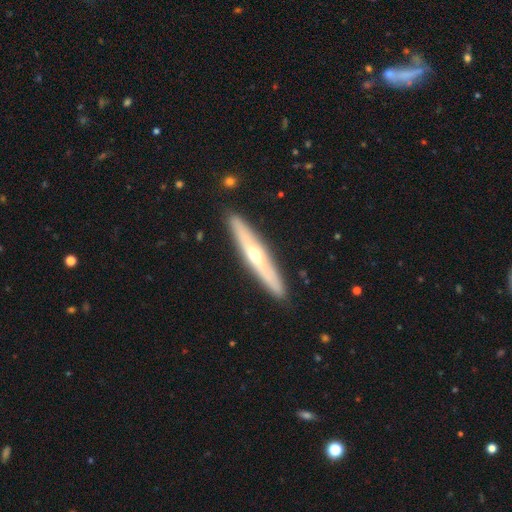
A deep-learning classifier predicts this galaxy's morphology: This appears to be a featured or disk galaxy (61%) viewed edge-on (89%) with a rounded central bulge (83%). Merging: none (91%).